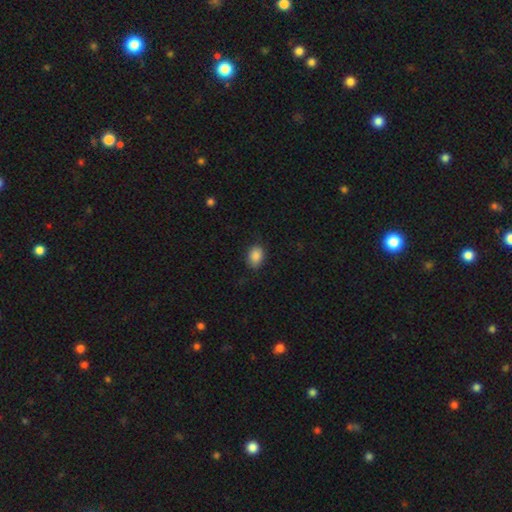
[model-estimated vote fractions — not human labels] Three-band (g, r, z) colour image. It shows a smooth galaxy with no disk features (88%) that is in between round and cigar-shaped (73%). Merging: none (80%).